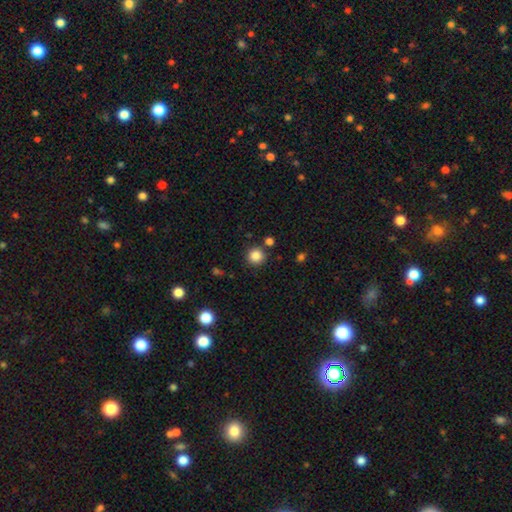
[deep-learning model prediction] Smooth or featured?
  - smooth: 86% *
  - star or artifact: 10%
  - featured or disk: 4%
How rounded?
  - round: 94% *
  - in between: 5%
  - cigar-shaped: 1%
Merging?
  - none: 85% *
  - minor disturbance: 7%
  - merger: 6%
  - major disturbance: 3%